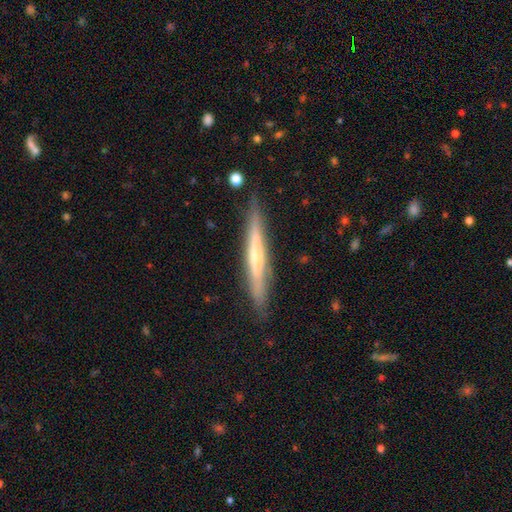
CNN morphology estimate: Smooth or featured? featured or disk (56%)
Edge-on disk? yes (94%)
Edge-on bulge? none (49%)
Merging? none (85%)